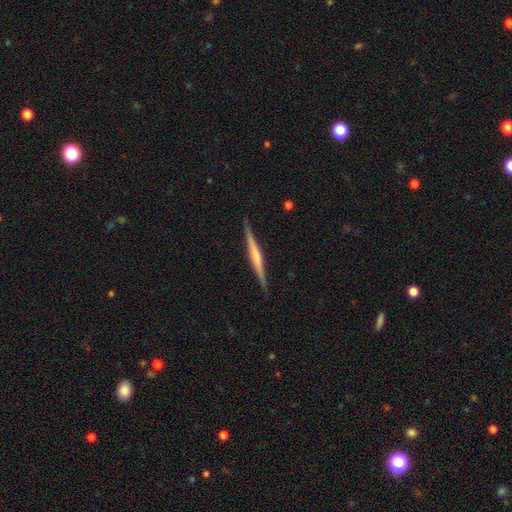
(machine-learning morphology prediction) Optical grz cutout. It shows a featured or disk galaxy (68%) viewed edge-on (98%) with no central bulge (42%). Merging: none (90%).